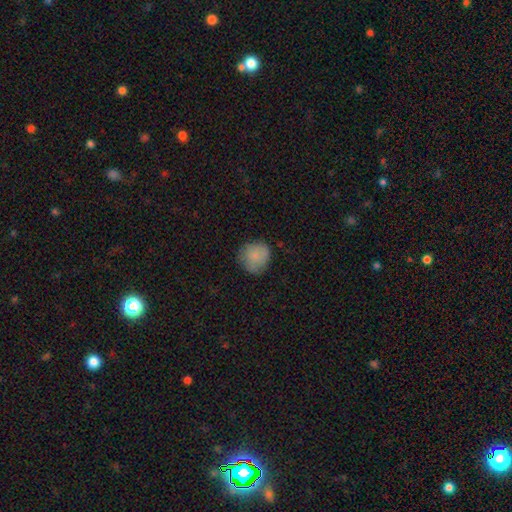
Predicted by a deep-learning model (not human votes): The model was most divided on "merging": none: 71%, minor disturbance: 22%, major disturbance: 6%, merger: 1%. More confident: how rounded — round (87%); smooth or featured — smooth (81%).